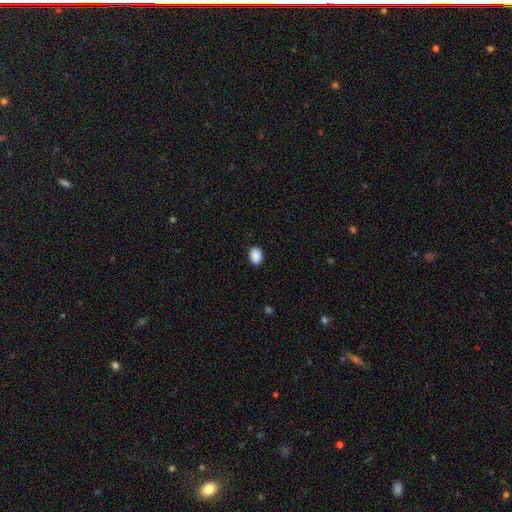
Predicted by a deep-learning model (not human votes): Overall: smooth (90%). How rounded: in between (78%). Merging: none (88%).